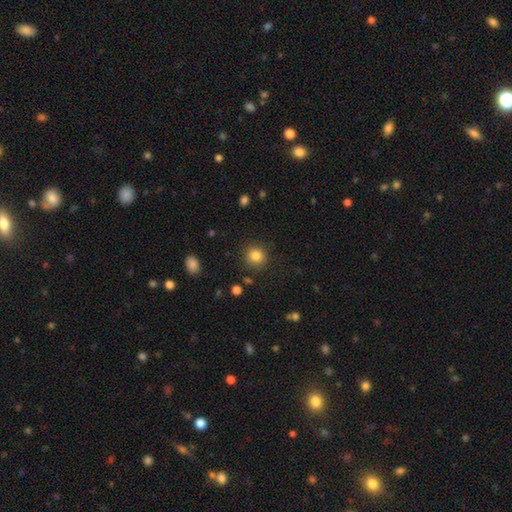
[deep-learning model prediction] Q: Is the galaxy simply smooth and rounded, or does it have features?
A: smooth — 84%.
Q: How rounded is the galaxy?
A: round — 89%.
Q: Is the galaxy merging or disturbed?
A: none — 88%.